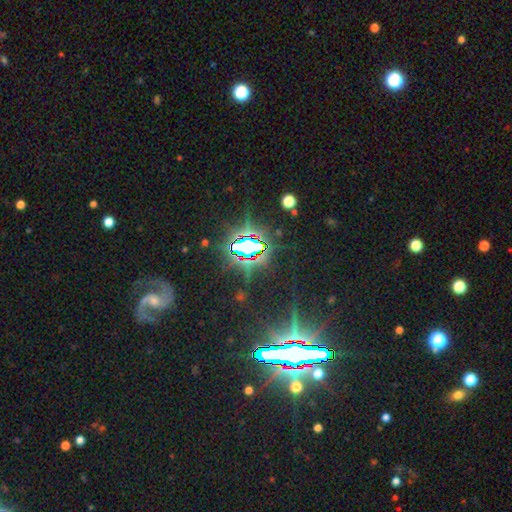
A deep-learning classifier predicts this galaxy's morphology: Smooth or featured: star or artifact — 67% (featured or disk — 21%)